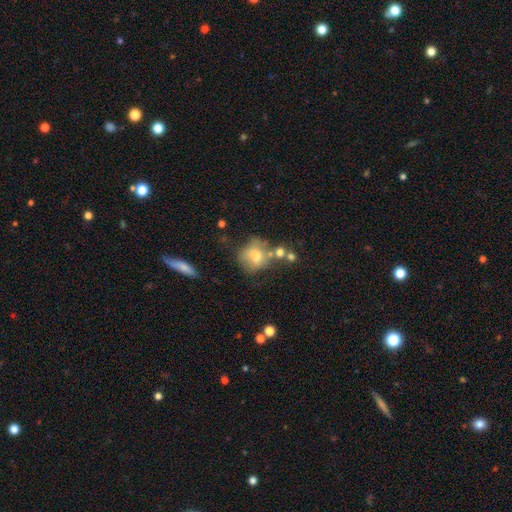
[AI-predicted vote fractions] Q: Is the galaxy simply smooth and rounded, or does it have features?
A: smooth — 67%.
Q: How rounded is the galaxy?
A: round — 69%.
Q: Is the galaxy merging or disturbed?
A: none — 46%.